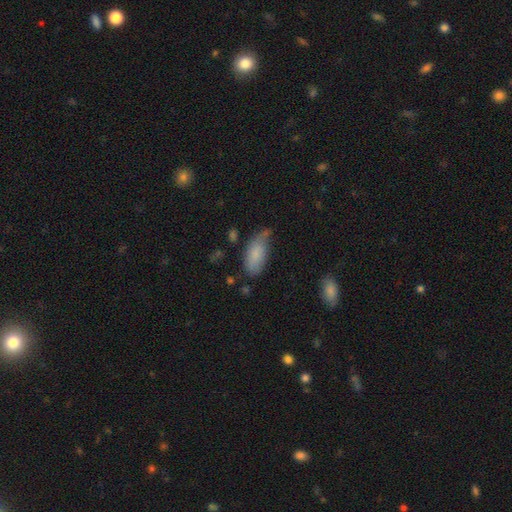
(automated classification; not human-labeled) Q: Smooth or featured?
A: smooth (81%); runner-up: featured or disk (13%)
Q: How rounded?
A: in between (90%); runner-up: cigar-shaped (8%)
Q: Merging?
A: none (42%); runner-up: minor disturbance (40%)